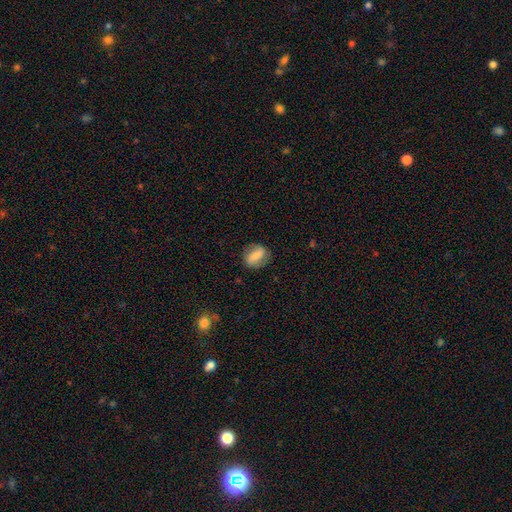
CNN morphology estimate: smooth_or_featured: smooth (p=0.58) [alt: featured or disk p=0.35]
how_rounded: in between (p=0.59) [alt: round p=0.36]
merging: none (p=0.78) [alt: minor disturbance p=0.15]